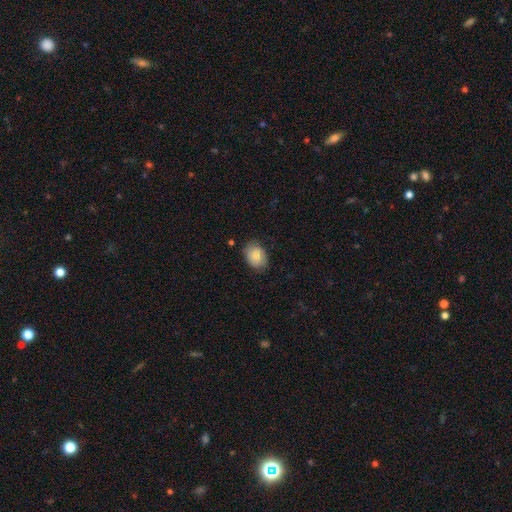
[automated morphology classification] A smooth galaxy with no disk features (81%) that is in between round and cigar-shaped (71%). Merging: none (78%).